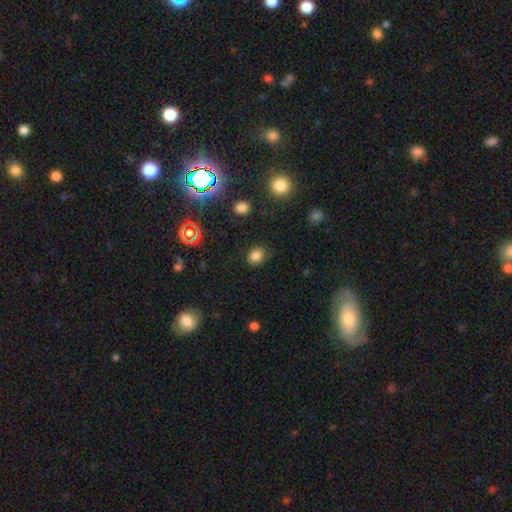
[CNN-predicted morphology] type=smooth (80%); roundness=round (50%); merging=none (82%).